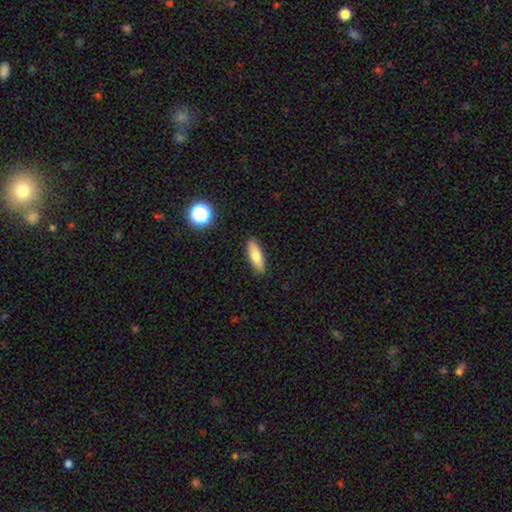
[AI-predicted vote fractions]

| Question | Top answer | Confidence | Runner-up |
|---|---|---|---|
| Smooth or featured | smooth | 72% | featured or disk (21%) |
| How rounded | in between | 51% | cigar-shaped (46%) |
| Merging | none | 89% | minor disturbance (8%) |